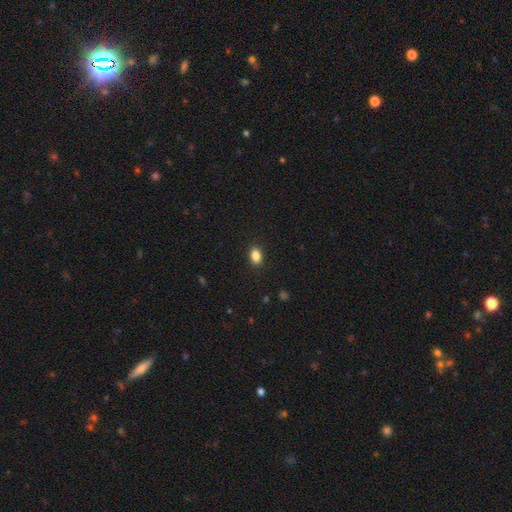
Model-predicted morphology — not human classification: type=smooth (86%); roundness=in between (83%); merging=none (89%).